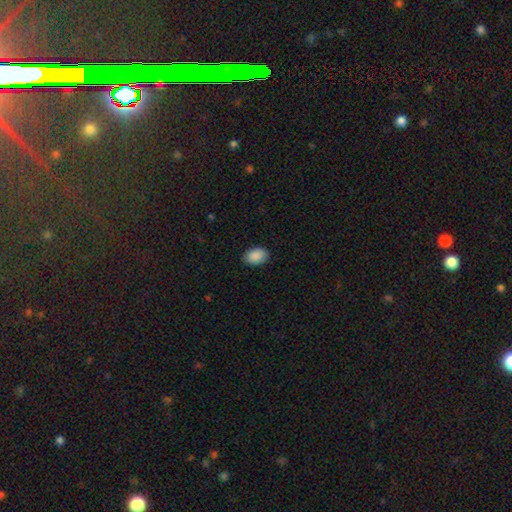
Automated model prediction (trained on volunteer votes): Smooth or featured? Predicted: smooth (p=0.90). How rounded? Predicted: in between (p=0.86). Merging? Predicted: none (p=0.87).